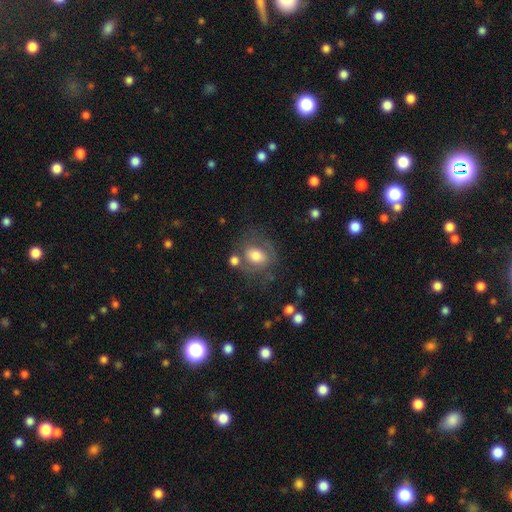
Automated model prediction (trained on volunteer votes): A smooth galaxy with no disk features (59%) that is in between round and cigar-shaped (55%). Merging: none (57%).